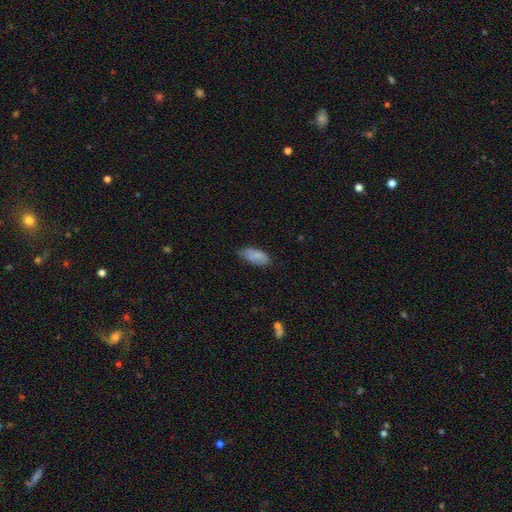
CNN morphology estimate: Overall: smooth (79%). How rounded: in between (91%). Merging: none (53%; minor disturbance 36%).